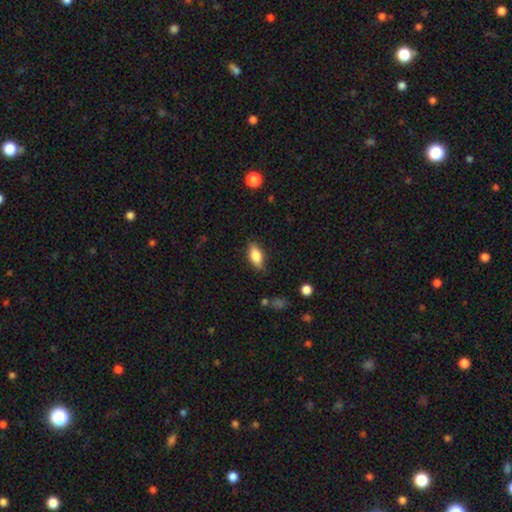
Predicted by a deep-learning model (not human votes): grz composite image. It shows a smooth galaxy with no disk features (80%) that is in between round and cigar-shaped (86%). Merging: none (80%).